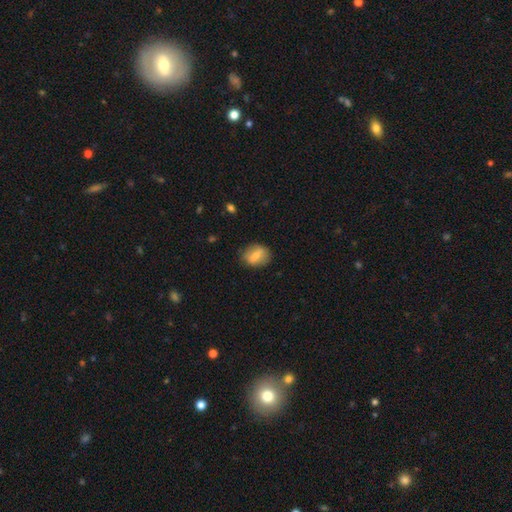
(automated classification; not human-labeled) Overall: smooth (62%; featured or disk 30%). How rounded: in between (62%; round 34%). Merging: none (80%).